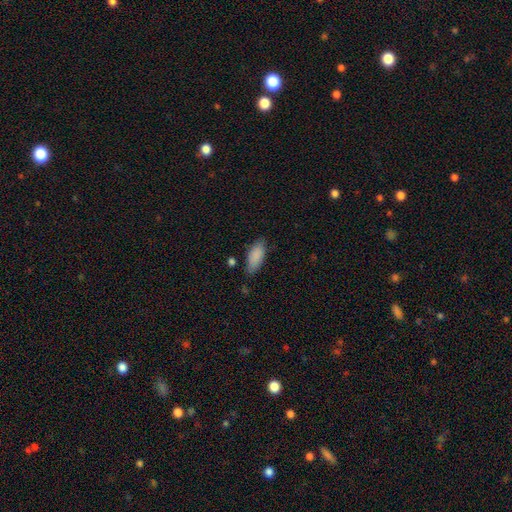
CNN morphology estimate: smooth 87%, star or artifact 7%, featured or disk 6%. Down the decision tree: how rounded — in between (84%); merging — none (72%).